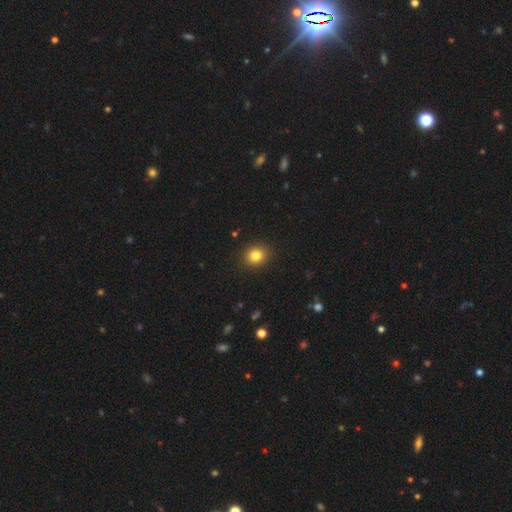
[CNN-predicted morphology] Smooth or featured?
  - smooth: 82% *
  - star or artifact: 11%
  - featured or disk: 6%
How rounded?
  - round: 78% *
  - in between: 22%
  - cigar-shaped: 1%
Merging?
  - none: 91% *
  - minor disturbance: 6%
  - major disturbance: 2%
  - merger: 1%